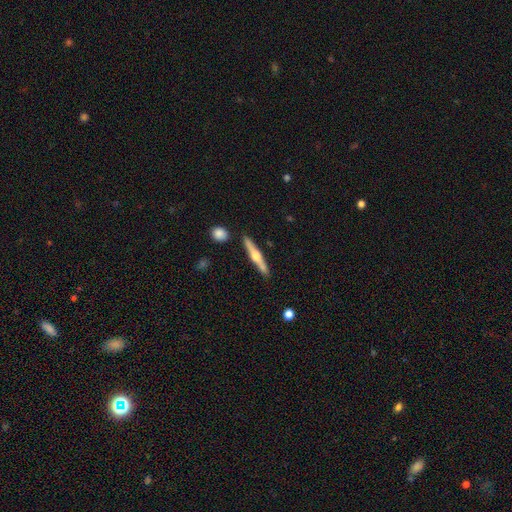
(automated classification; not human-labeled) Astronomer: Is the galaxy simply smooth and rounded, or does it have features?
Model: featured or disk — 66%.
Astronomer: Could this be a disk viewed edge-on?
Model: yes — 98%.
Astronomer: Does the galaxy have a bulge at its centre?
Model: rounded — 92%.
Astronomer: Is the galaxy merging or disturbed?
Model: none — 88%.